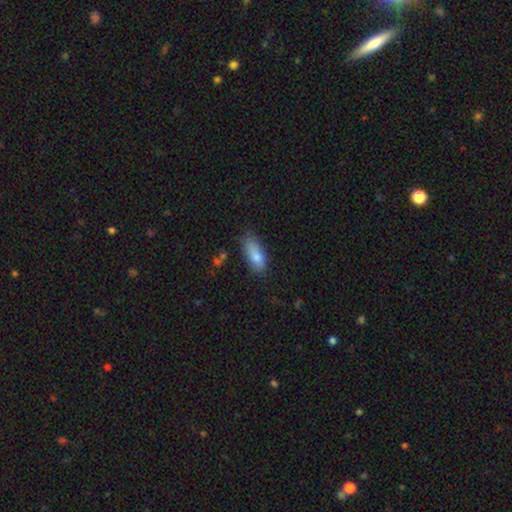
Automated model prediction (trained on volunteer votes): The model was most divided on "merging": none: 66%, minor disturbance: 25%, major disturbance: 7%, merger: 3%. More confident: how rounded — in between (82%); smooth or featured — smooth (82%).